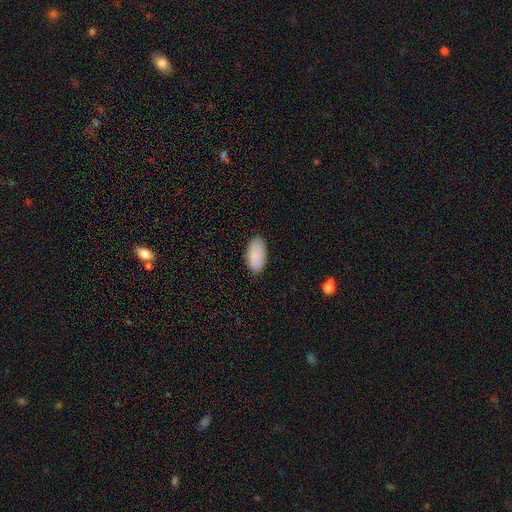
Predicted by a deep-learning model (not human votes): The model was most divided on "merging": none: 84%, minor disturbance: 13%, major disturbance: 2%, merger: 1%. More confident: how rounded — in between (95%); smooth or featured — smooth (83%).